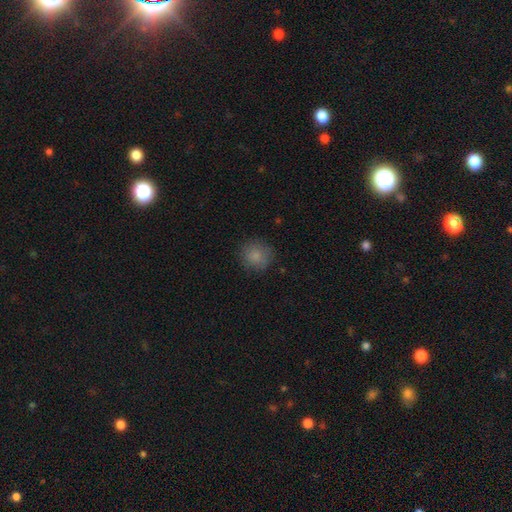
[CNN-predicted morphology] Q: Smooth or featured?
A: smooth (84%); runner-up: star or artifact (9%)
Q: How rounded?
A: round (91%); runner-up: in between (8%)
Q: Merging?
A: none (84%); runner-up: minor disturbance (11%)